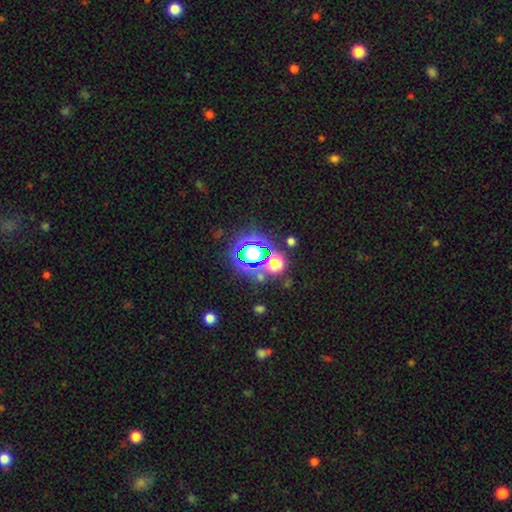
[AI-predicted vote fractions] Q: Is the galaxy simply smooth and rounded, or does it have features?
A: star or artifact — 69%.